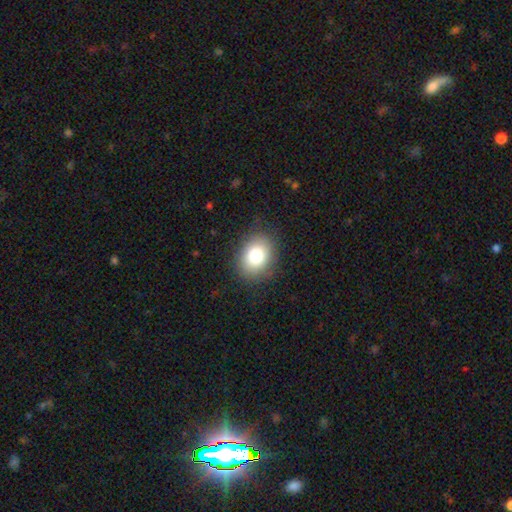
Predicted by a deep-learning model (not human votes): Smooth or featured? smooth (85%)
How rounded? in between (63%)
Merging? none (84%)